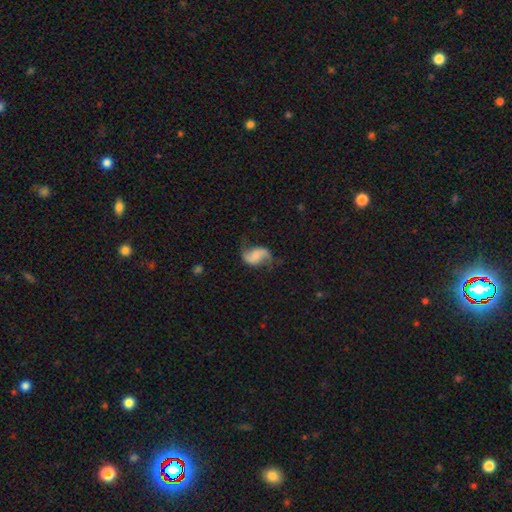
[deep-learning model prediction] This appears to be a featured or disk galaxy (70%) with no bar (48%), 2 (90%) loose (70%) spiral arms (93%) and no central bulge (55%). Merging: none (62%).